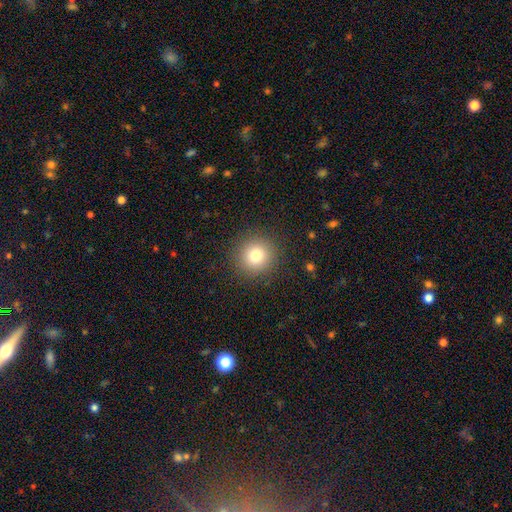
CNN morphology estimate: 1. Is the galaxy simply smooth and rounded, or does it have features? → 78% smooth, 13% star or artifact, 9% featured or disk.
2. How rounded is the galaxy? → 94% round, 5% in between, 1% cigar-shaped.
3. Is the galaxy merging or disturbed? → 90% none, 6% minor disturbance, 3% major disturbance, 1% merger.